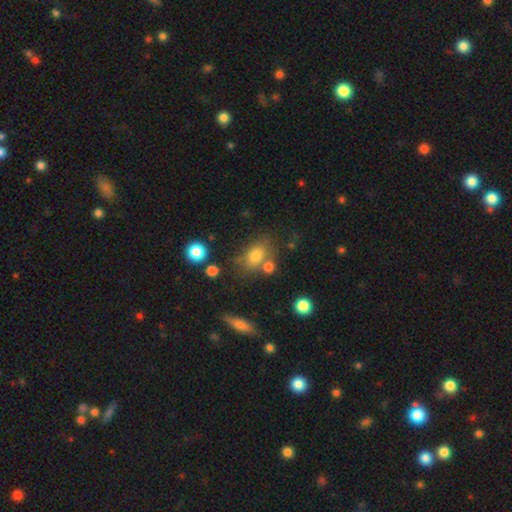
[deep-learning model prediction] Morphology: type=smooth (75%); roundness=in between (70%); merging=none (60%).